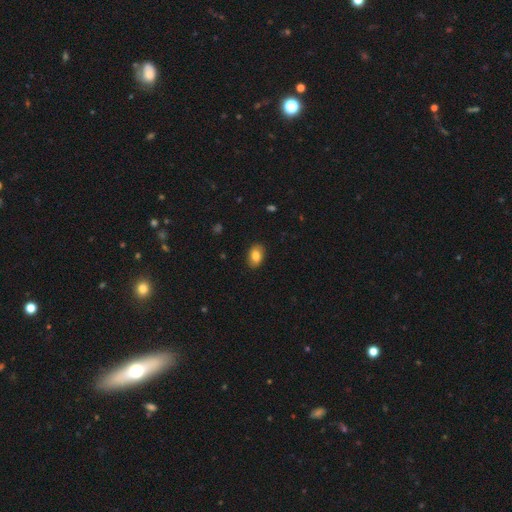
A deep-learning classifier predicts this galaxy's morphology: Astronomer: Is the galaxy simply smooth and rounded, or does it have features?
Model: smooth — 83%.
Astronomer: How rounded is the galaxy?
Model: in between — 86%.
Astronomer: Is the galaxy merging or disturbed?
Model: none — 88%.